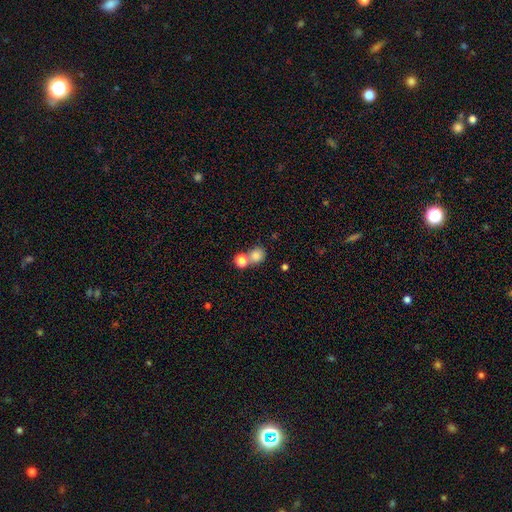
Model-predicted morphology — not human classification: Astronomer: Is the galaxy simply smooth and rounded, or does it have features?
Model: smooth — 80%.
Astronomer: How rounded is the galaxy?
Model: round — 78%.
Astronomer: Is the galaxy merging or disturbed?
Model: none — 52% (runner-up: merger, 36%).